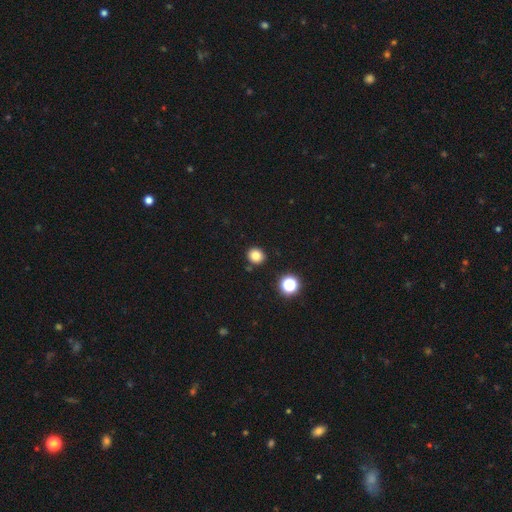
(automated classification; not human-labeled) A smooth galaxy with no disk features (81%) that is round (82%). Merging: none (87%).